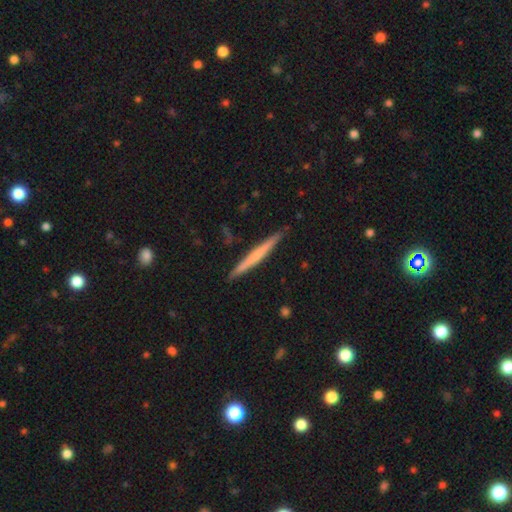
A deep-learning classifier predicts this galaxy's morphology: The model was most divided on "smooth or featured": smooth: 50%, featured or disk: 45%, star or artifact: 5%. More confident: merging — none (90%).